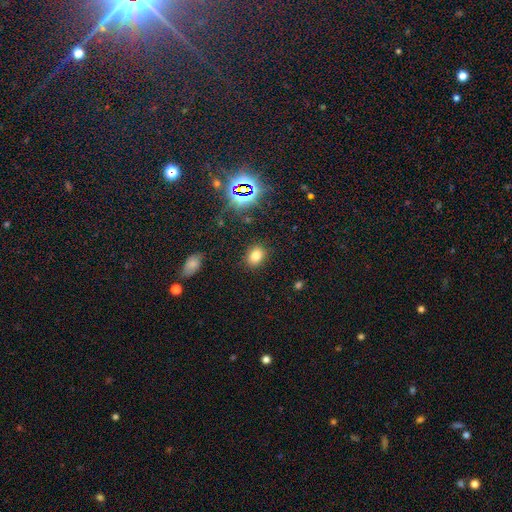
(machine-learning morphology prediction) The model was most divided on "how rounded": in between: 58%, round: 40%, cigar-shaped: 1%. More confident: merging — none (87%); smooth or featured — smooth (77%).